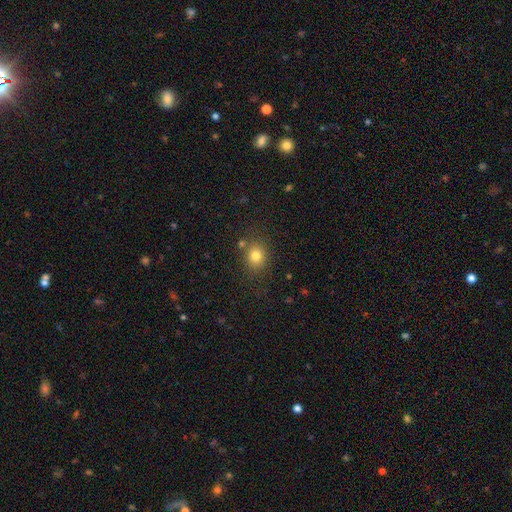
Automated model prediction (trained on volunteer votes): A smooth galaxy with no disk features (79%) that is round (68%). Merging: none (78%).